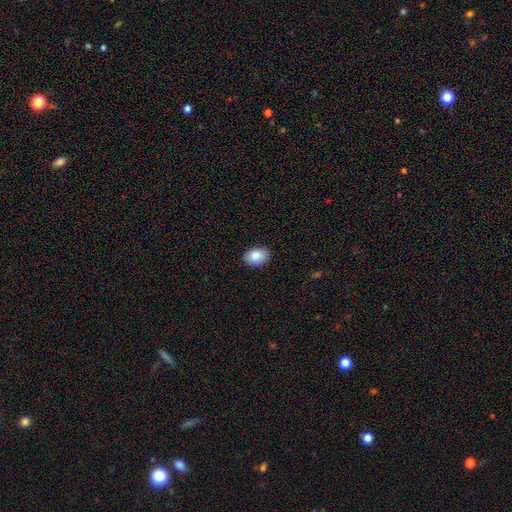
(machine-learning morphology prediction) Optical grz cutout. It shows a smooth galaxy with no disk features (85%) that is in between round and cigar-shaped (84%). Merging: none (88%).